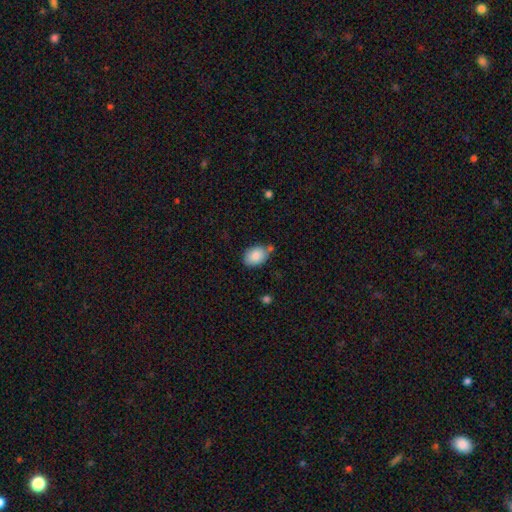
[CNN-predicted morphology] smooth-or-featured: smooth: 85% | featured or disk: 8% | star or artifact: 7%
  how-rounded: in between: 81% | round: 18% | cigar-shaped: 1%
  merging: none: 62% | minor disturbance: 22% | merger: 11% | major disturbance: 5%